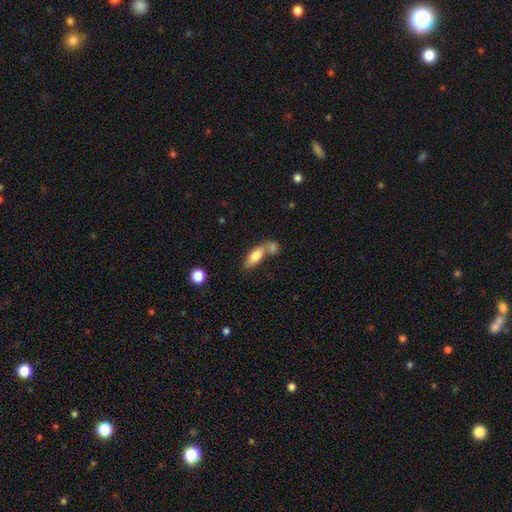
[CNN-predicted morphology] Smooth or featured: smooth — 71% (featured or disk — 22%)
How rounded: in between — 72% (cigar-shaped — 24%)
Merging: merger — 47% (none — 34%)